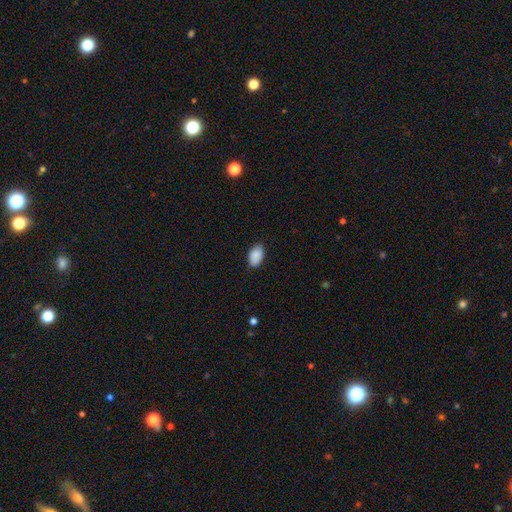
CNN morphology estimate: smooth 90%, star or artifact 6%, featured or disk 4%. Down the decision tree: how rounded — in between (93%); merging — none (85%).